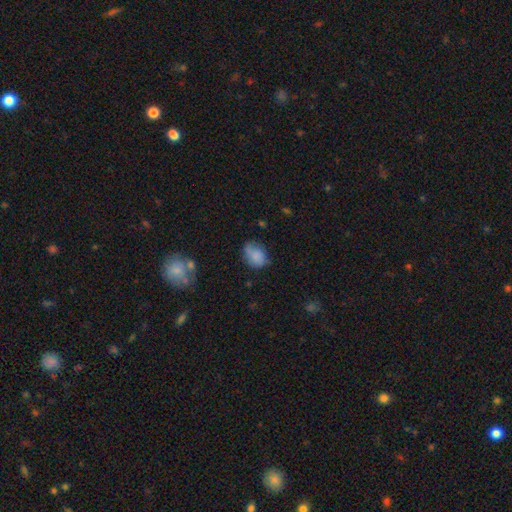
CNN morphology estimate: This is likely a smooth galaxy (79%). How rounded: likely in between (67%). Merging: possibly none (57%).